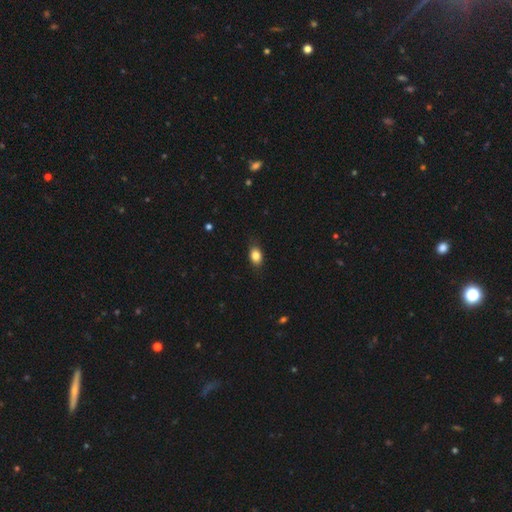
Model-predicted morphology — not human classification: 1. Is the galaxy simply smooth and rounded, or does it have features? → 84% smooth, 9% star or artifact, 7% featured or disk.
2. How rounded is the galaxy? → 79% in between, 18% round, 2% cigar-shaped.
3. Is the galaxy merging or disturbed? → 82% none, 14% minor disturbance, 3% major disturbance, 1% merger.